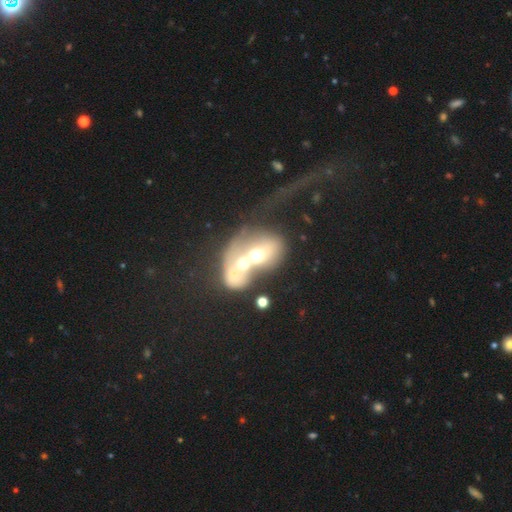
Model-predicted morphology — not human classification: Q: Smooth or featured?
A: featured or disk (50%); runner-up: smooth (38%)
Q: Merging?
A: merger (74%); runner-up: major disturbance (14%)